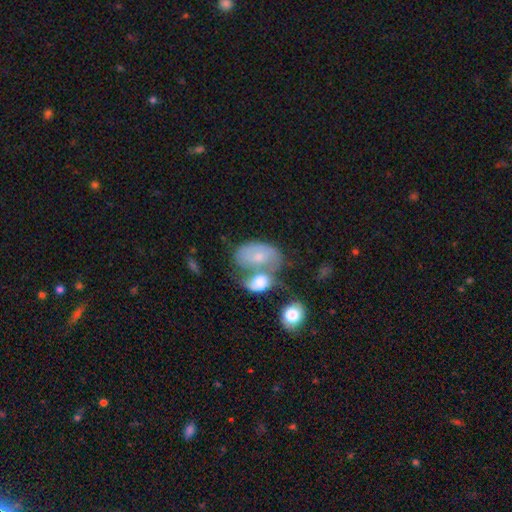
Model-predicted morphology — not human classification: smooth 52%, featured or disk 40%, star or artifact 8%. Down the decision tree: how rounded — in between (84%); merging — merger (52%).